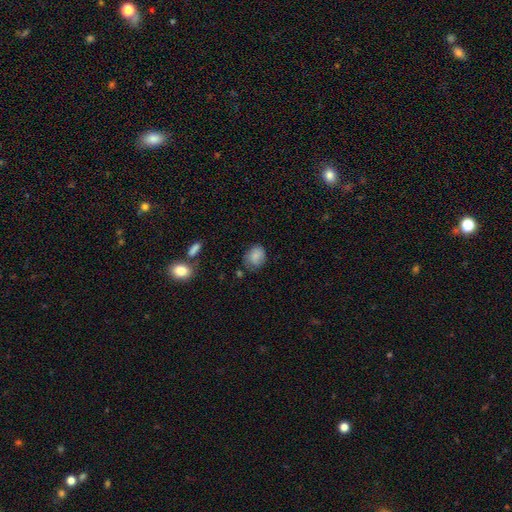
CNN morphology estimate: smooth 81%, featured or disk 10%, star or artifact 9%. Down the decision tree: how rounded — in between (51%); merging — none (64%).